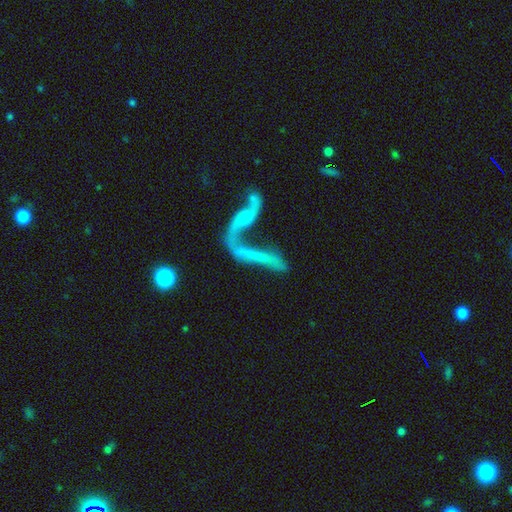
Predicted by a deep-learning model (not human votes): Q: Smooth or featured?
A: featured or disk (63%); runner-up: smooth (25%)
Q: Edge-on disk?
A: no (78%); runner-up: yes (22%)
Q: Merging?
A: merger (47%); runner-up: major disturbance (22%)